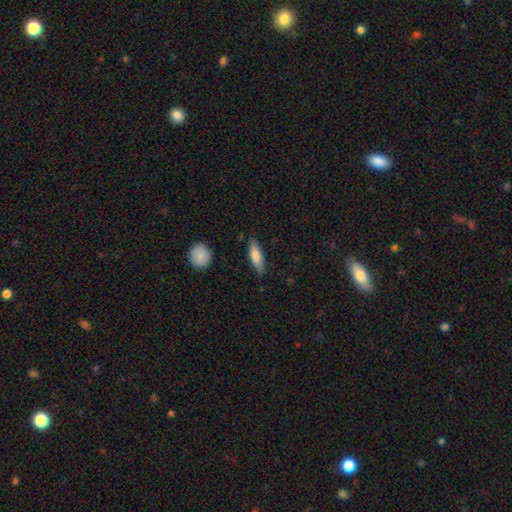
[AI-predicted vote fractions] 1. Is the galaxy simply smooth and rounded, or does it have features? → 78% smooth, 17% featured or disk, 6% star or artifact.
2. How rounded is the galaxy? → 51% cigar-shaped, 48% in between, 2% round.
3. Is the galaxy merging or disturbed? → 81% none, 14% minor disturbance, 3% major disturbance, 2% merger.